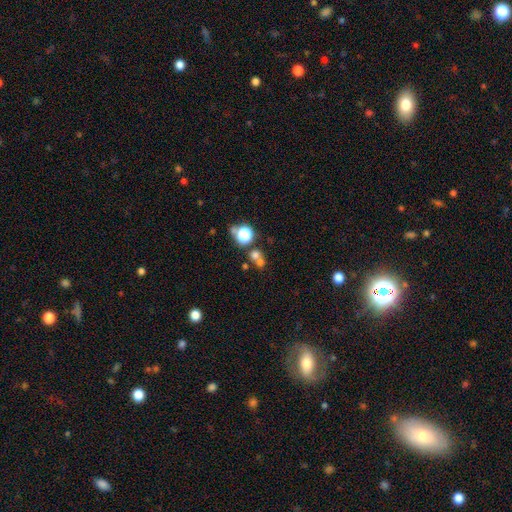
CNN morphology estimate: Smooth or featured: smooth — 61% (star or artifact — 27%)
How rounded: round — 80% (in between — 19%)
Merging: none — 46% (merger — 41%)